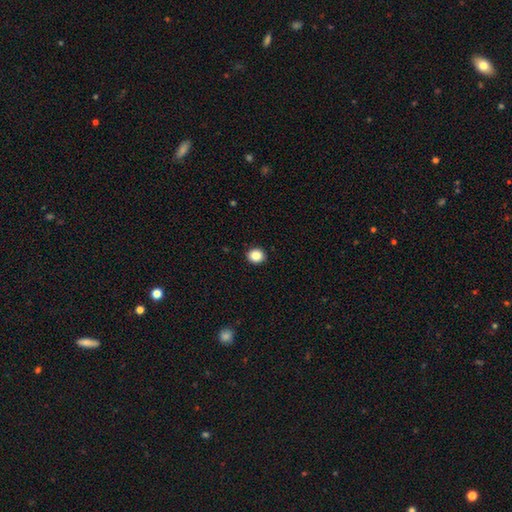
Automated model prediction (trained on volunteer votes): This appears to be a smooth galaxy with no disk features (87%) that is round (84%). Merging: none (92%).